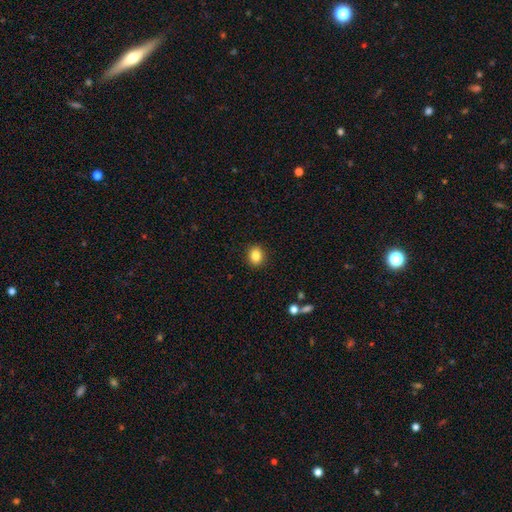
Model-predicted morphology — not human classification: Smooth or featured?
  - smooth: 85% *
  - star or artifact: 10%
  - featured or disk: 5%
How rounded?
  - round: 61% *
  - in between: 38%
  - cigar-shaped: 1%
Merging?
  - none: 91% *
  - minor disturbance: 6%
  - major disturbance: 2%
  - merger: 1%